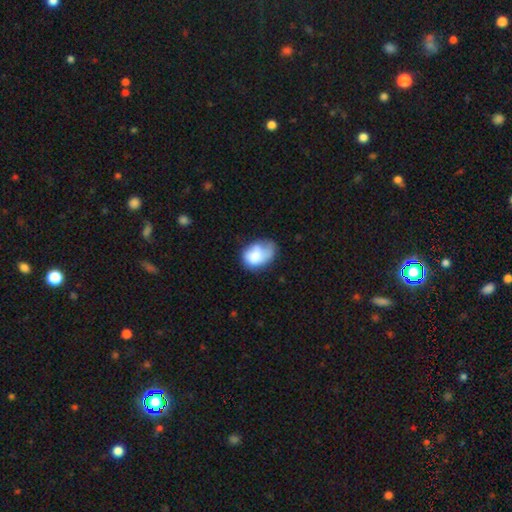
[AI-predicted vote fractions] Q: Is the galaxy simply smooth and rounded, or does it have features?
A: smooth — 69%.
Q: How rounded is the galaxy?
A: in between — 76%.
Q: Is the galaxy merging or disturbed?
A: minor disturbance — 34%.